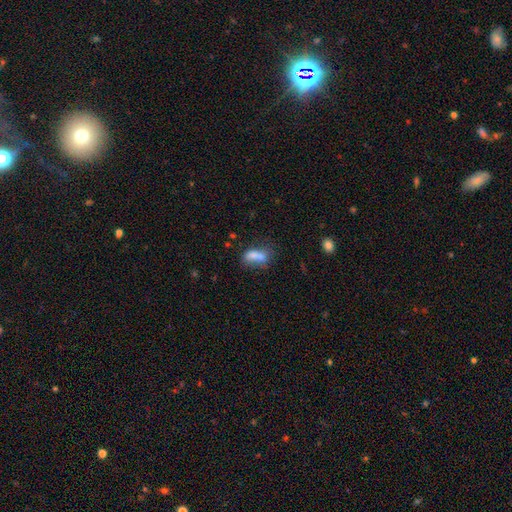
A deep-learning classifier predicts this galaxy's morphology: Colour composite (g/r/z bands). It shows a smooth galaxy with no disk features (74%) that is in between round and cigar-shaped (72%). Merging: none (39%).